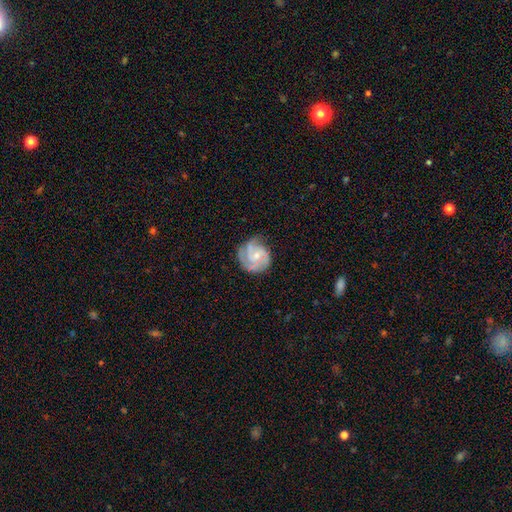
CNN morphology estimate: Smooth or featured?
  - featured or disk: 78% *
  - smooth: 16%
  - star or artifact: 6%
Edge-on disk?
  - no: 98% *
  - yes: 2%
Bar?
  - no: 66% *
  - weak: 29%
  - strong: 4%
Spiral arms?
  - yes: 95% *
  - no: 5%
Spiral winding?
  - tight: 52% *
  - medium: 38%
  - loose: 10%
Spiral arm count?
  - 3: 40% *
  - 2: 22%
  - can't tell: 20%
  - 4: 8%
  - 1: 6%
  - more than 4: 4%
Bulge size?
  - small: 61% *
  - moderate: 32%
  - none: 5%
  - large: 2%
  - dominant: 1%
Merging?
  - none: 65% *
  - minor disturbance: 23%
  - major disturbance: 10%
  - merger: 2%